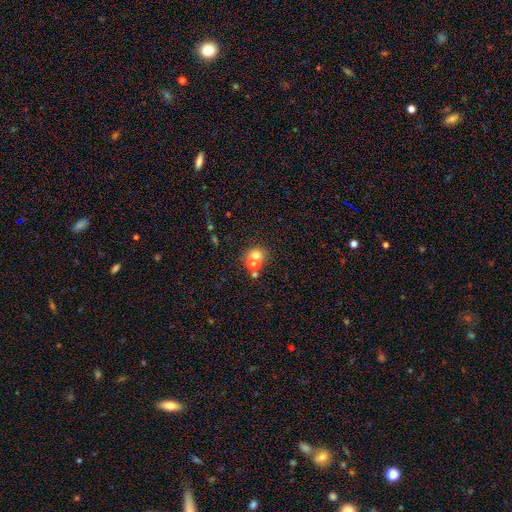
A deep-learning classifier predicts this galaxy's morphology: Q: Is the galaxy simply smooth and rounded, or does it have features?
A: smooth — 67%.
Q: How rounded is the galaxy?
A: round — 80%.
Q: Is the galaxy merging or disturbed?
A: merger — 45%, tied with none.